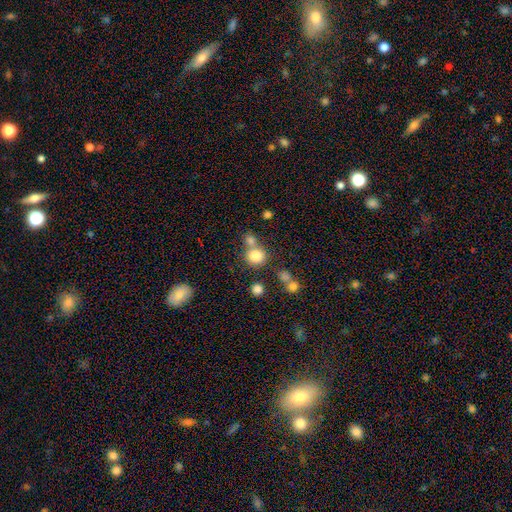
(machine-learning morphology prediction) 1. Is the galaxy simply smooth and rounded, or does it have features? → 80% smooth, 12% star or artifact, 7% featured or disk.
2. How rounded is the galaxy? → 86% round, 13% in between, 1% cigar-shaped.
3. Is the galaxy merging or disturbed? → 58% none, 30% merger, 8% minor disturbance, 4% major disturbance.